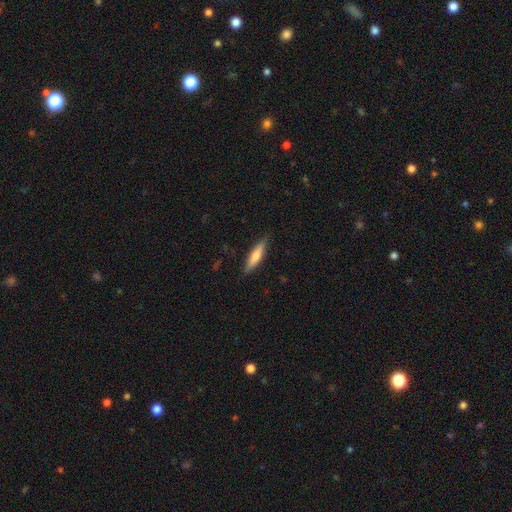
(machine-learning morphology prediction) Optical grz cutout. It shows a smooth galaxy with no disk features (65%) that is cigar-shaped (81%). Merging: none (87%).